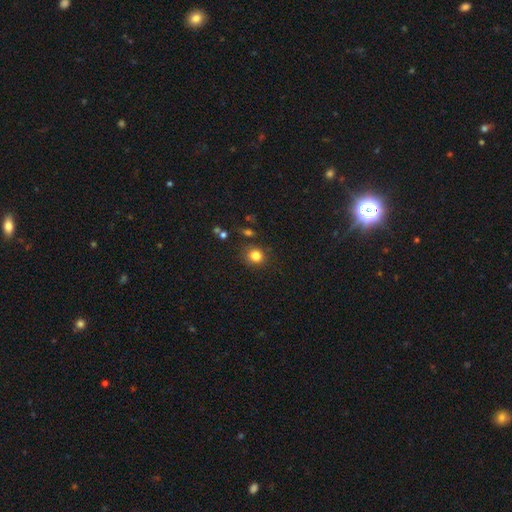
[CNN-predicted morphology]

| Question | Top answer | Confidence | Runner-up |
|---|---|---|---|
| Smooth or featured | smooth | 81% | star or artifact (13%) |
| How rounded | round | 81% | in between (18%) |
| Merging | none | 81% | minor disturbance (12%) |